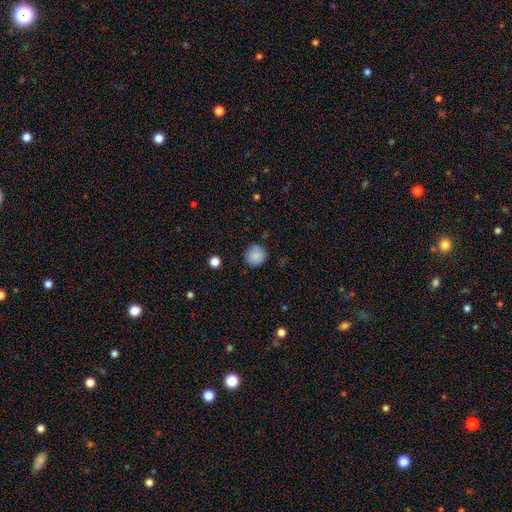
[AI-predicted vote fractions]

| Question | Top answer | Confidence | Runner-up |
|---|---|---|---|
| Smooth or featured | smooth | 87% | star or artifact (9%) |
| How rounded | round | 92% | in between (7%) |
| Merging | none | 85% | minor disturbance (11%) |